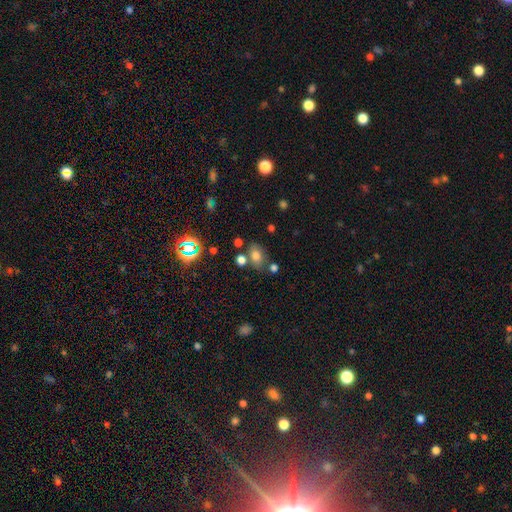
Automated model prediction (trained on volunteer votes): A smooth galaxy with no disk features (71%) that is in between round and cigar-shaped (76%).

Vote fractions:
- Smooth or featured? smooth: 71% / star or artifact: 17% / featured or disk: 12%
- How rounded? in between: 76% / round: 23% / cigar-shaped: 2%
- Merging? none: 67% / merger: 14% / minor disturbance: 14% / major disturbance: 5%